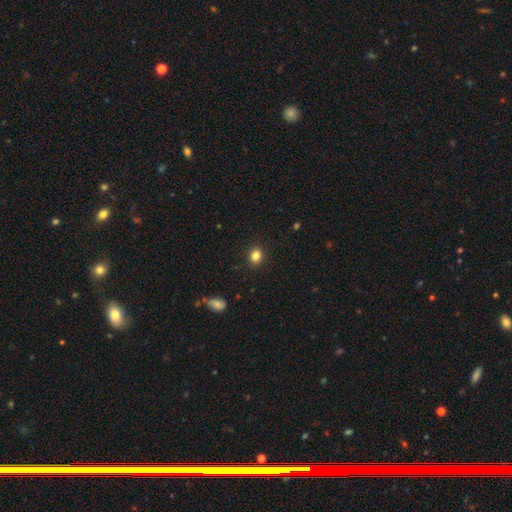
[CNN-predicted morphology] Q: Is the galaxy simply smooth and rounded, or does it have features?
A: smooth — 84%.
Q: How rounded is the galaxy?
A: round — 64%.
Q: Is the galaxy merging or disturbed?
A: none — 91%.